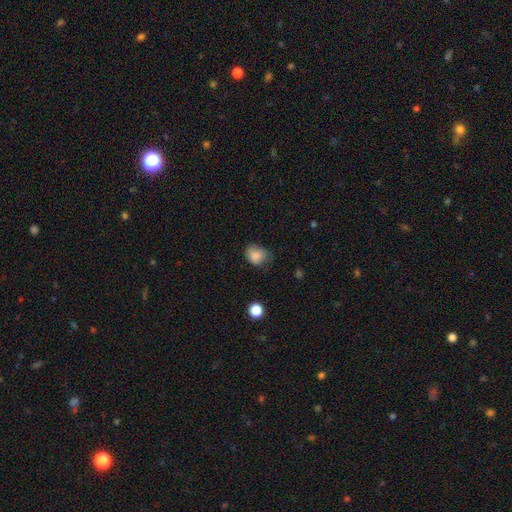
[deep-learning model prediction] This is clearly a smooth galaxy (83%). How rounded: possibly round (53%). Merging: possibly none (52%).